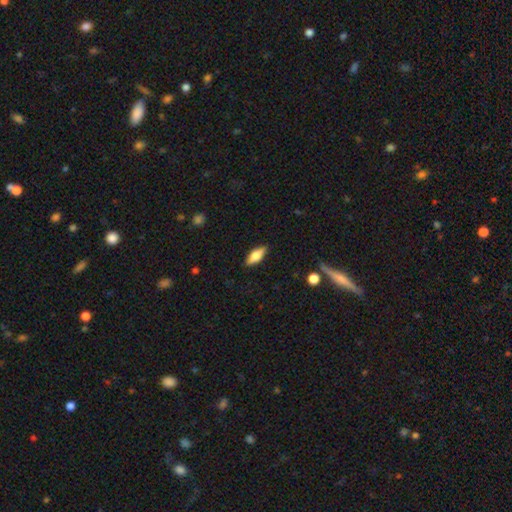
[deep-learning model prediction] This is likely a smooth galaxy (68%). How rounded: likely in between (70%). Merging: clearly none (87%).